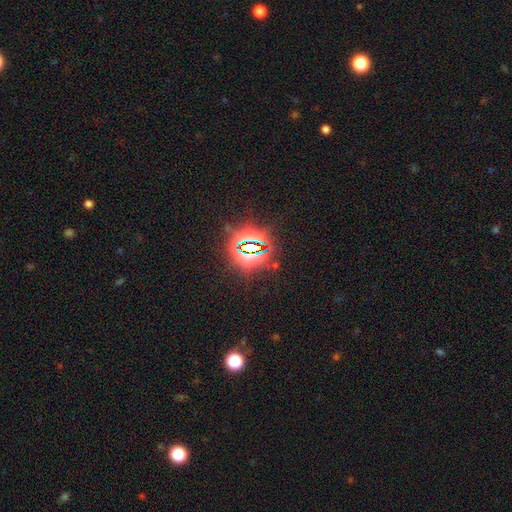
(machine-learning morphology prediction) Smooth or featured? star or artifact (82%)